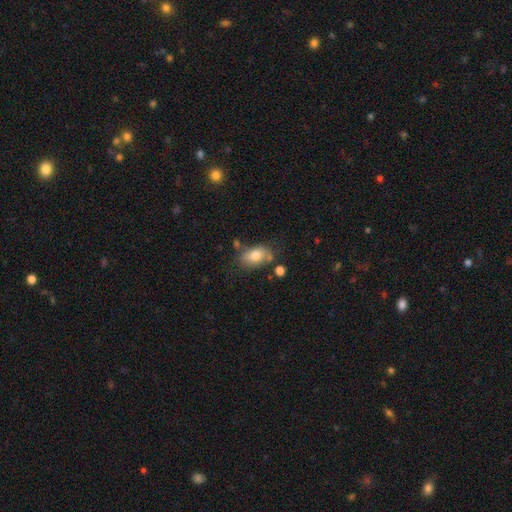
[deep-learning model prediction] A smooth galaxy with no disk features (75%) that is in between round and cigar-shaped (86%).

Vote fractions:
- Smooth or featured? smooth: 75% / featured or disk: 17% / star or artifact: 8%
- How rounded? in between: 86% / round: 11% / cigar-shaped: 2%
- Merging? none: 61% / minor disturbance: 22% / merger: 10% / major disturbance: 7%